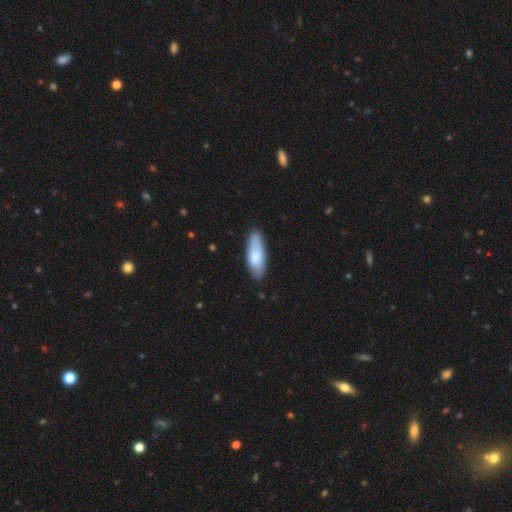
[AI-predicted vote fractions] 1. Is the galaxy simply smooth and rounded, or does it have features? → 80% smooth, 15% featured or disk, 6% star or artifact.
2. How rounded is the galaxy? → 63% in between, 35% cigar-shaped, 2% round.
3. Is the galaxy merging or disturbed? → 80% none, 16% minor disturbance, 3% major disturbance, 2% merger.